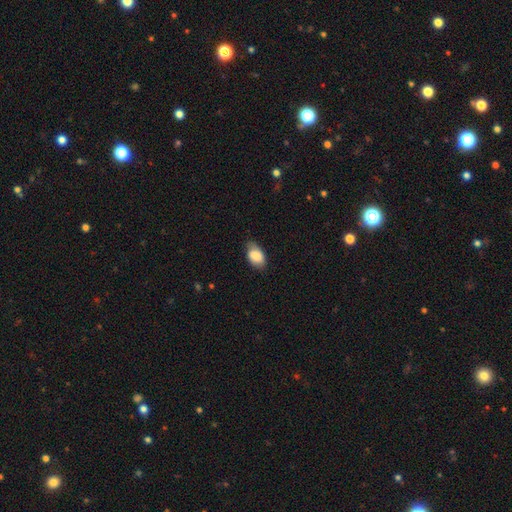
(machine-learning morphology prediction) smooth_or_featured: smooth (p=0.83) [alt: featured or disk p=0.10]
how_rounded: in between (p=0.92) [alt: round p=0.06]
merging: none (p=0.67) [alt: minor disturbance p=0.26]